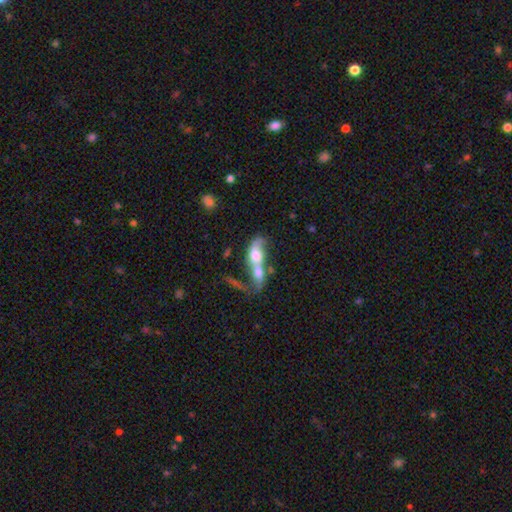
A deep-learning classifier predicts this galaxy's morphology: Q: Smooth or featured?
A: featured or disk (45%); tied with: smooth (45%)
Q: Merging?
A: merger (73%); runner-up: major disturbance (11%)